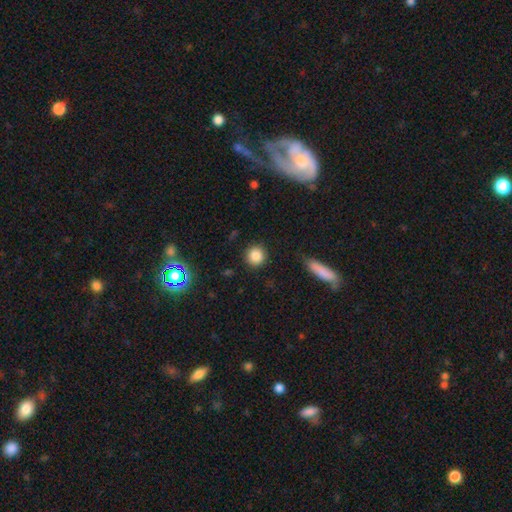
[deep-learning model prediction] A smooth galaxy with no disk features (84%) that is round (92%).

Vote fractions:
- Smooth or featured? smooth: 84% / star or artifact: 11% / featured or disk: 5%
- How rounded? round: 92% / in between: 7% / cigar-shaped: 1%
- Merging? none: 89% / minor disturbance: 7% / major disturbance: 3% / merger: 2%